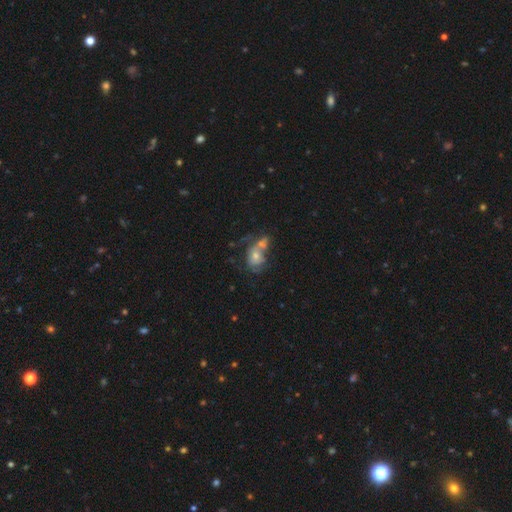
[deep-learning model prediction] A featured or disk galaxy (49%).

Vote fractions:
- Smooth or featured? featured or disk: 49% / smooth: 36% / star or artifact: 15%
- Merging? merger: 51% / none: 26% / minor disturbance: 12% / major disturbance: 11%